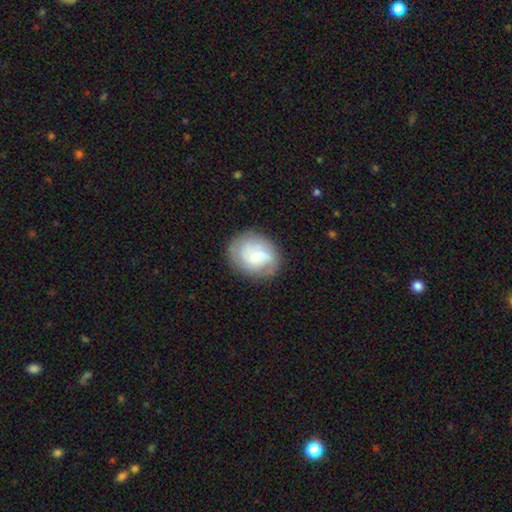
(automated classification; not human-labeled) Smooth or featured: featured or disk — 51% (smooth — 41%)
Edge-on disk: no — 98% (yes — 2%)
Merging: none — 72% (minor disturbance — 17%)